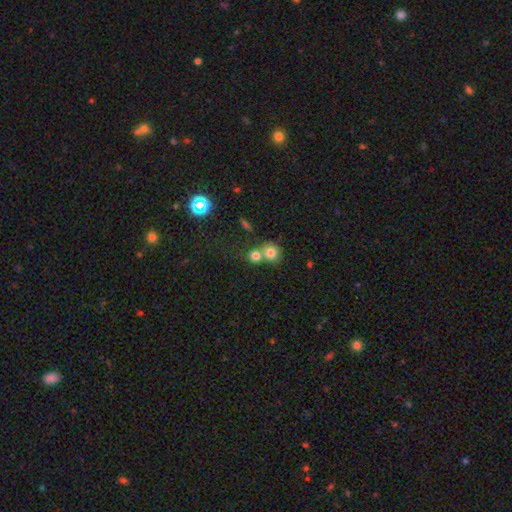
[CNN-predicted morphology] smooth-or-featured: smooth: 76% | star or artifact: 13% | featured or disk: 11%
  how-rounded: round: 83% | in between: 16% | cigar-shaped: 1%
  merging: merger: 48% | none: 42% | minor disturbance: 6% | major disturbance: 3%